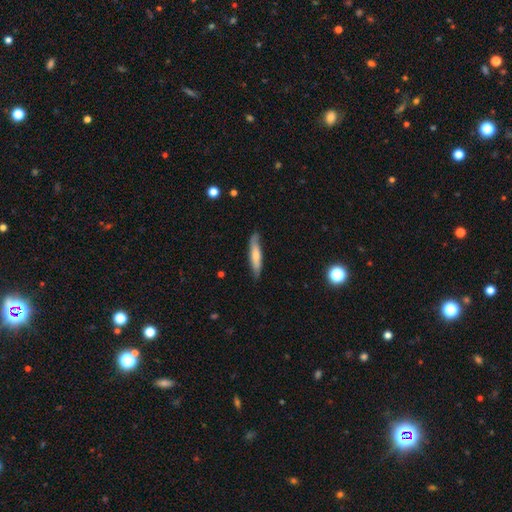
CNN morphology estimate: smooth_or_featured: smooth (p=0.63) [alt: featured or disk p=0.32]
how_rounded: cigar-shaped (p=0.84) [alt: in between p=0.14]
merging: none (p=0.78) [alt: minor disturbance p=0.18]